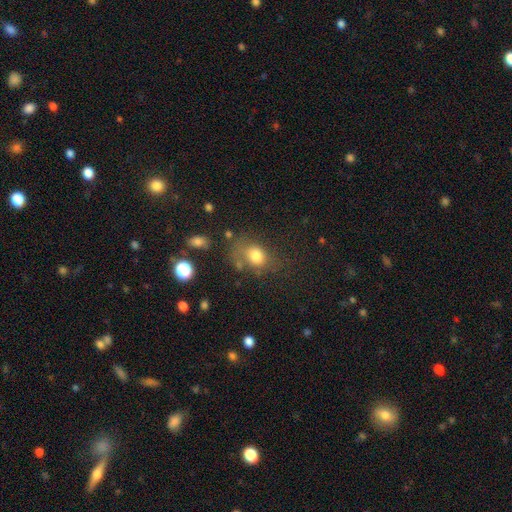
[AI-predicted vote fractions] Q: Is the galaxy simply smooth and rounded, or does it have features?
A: smooth — 77%.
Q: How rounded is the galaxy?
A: in between — 59%.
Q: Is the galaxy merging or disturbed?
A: none — 52%.